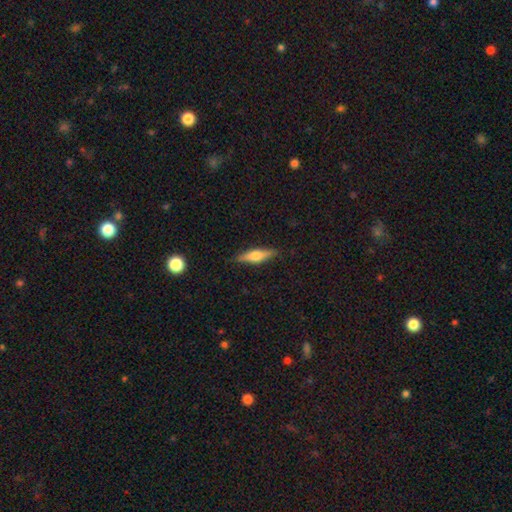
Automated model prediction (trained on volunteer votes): This is possibly a featured or disk galaxy (49%). Merging: clearly none (87%).